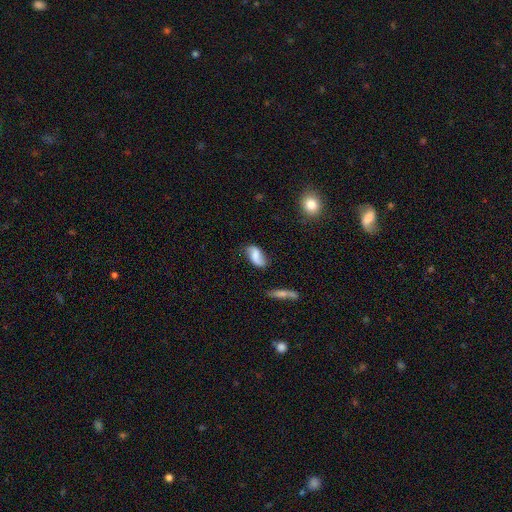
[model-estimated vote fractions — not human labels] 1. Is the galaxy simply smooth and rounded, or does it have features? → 50% smooth, 41% featured or disk, 9% star or artifact.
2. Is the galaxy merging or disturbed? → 65% none, 24% minor disturbance, 7% major disturbance, 4% merger.